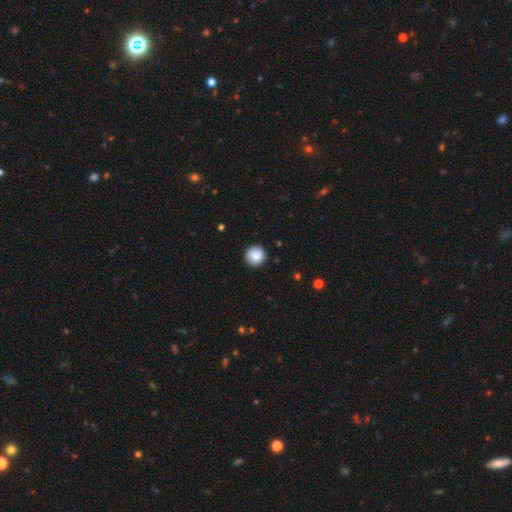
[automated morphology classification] Smooth or featured: smooth — 85% (star or artifact — 8%)
How rounded: round — 94% (in between — 5%)
Merging: none — 89% (minor disturbance — 8%)